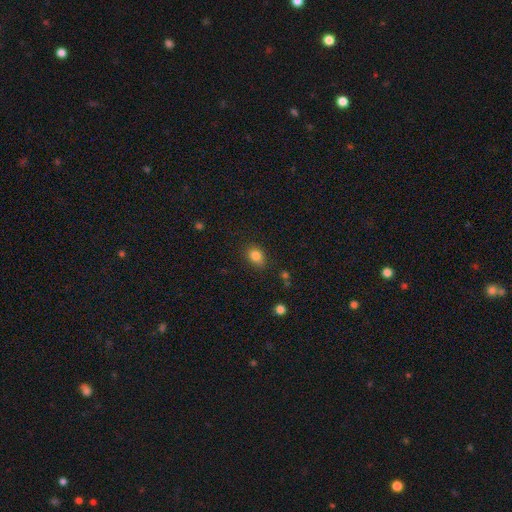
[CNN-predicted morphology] This is clearly a smooth galaxy (84%). How rounded: likely in between (65%). Merging: likely none (80%).